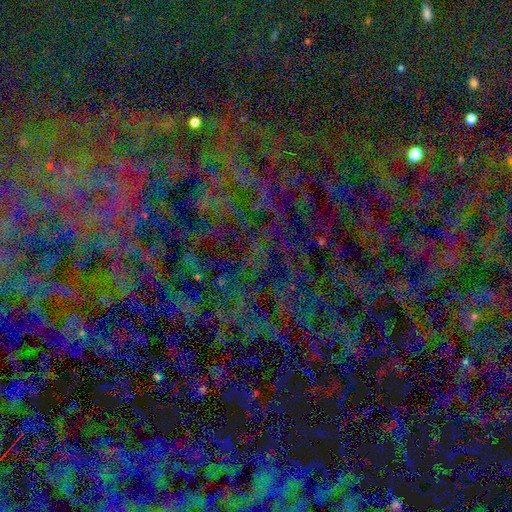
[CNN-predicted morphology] Smooth or featured? Predicted: star or artifact (p=0.77).